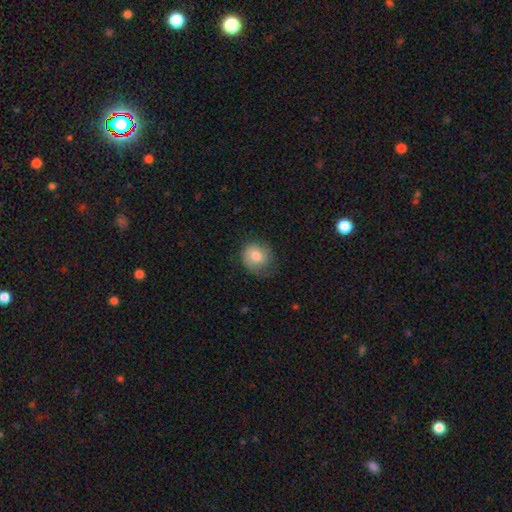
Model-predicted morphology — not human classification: A smooth galaxy with no disk features (79%) that is round (78%). Merging: none (65%).